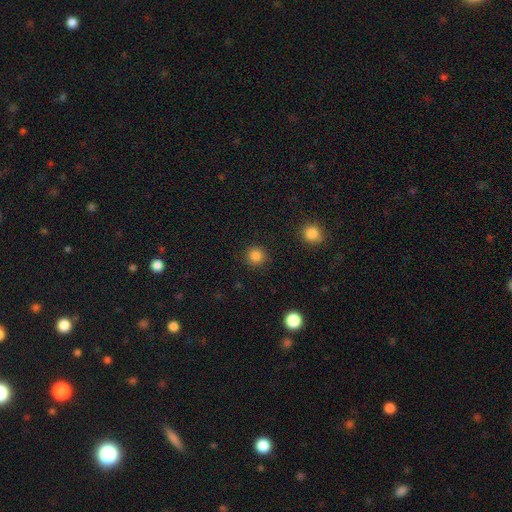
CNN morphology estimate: A smooth galaxy with no disk features (85%) that is round (93%). Merging: none (91%).